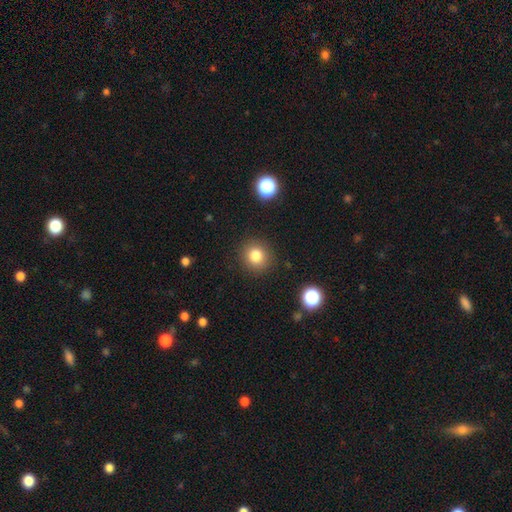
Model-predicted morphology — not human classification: A smooth galaxy with no disk features (81%) that is round (91%). Merging: none (90%).